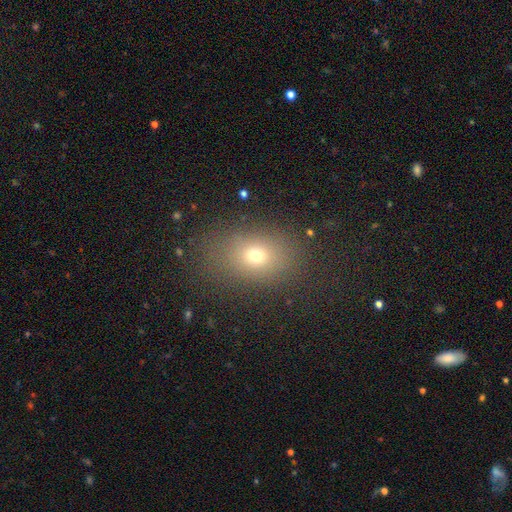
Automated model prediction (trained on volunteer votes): Q: Smooth or featured?
A: smooth (69%); runner-up: star or artifact (18%)
Q: How rounded?
A: in between (69%); runner-up: round (30%)
Q: Merging?
A: none (80%); runner-up: minor disturbance (12%)